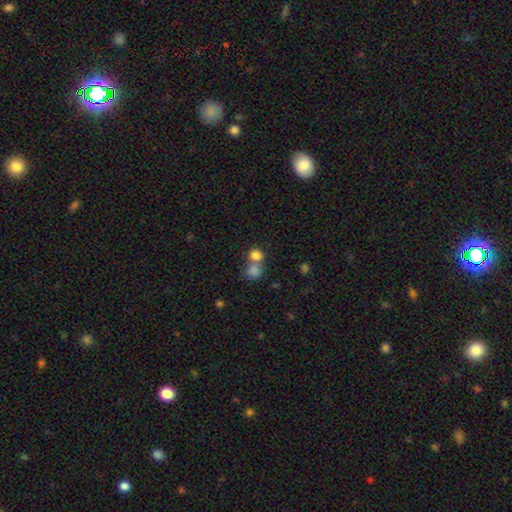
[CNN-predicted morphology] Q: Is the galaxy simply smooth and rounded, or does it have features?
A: smooth — 81%.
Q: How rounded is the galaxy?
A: round — 79%.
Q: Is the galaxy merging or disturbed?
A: merger — 48%.